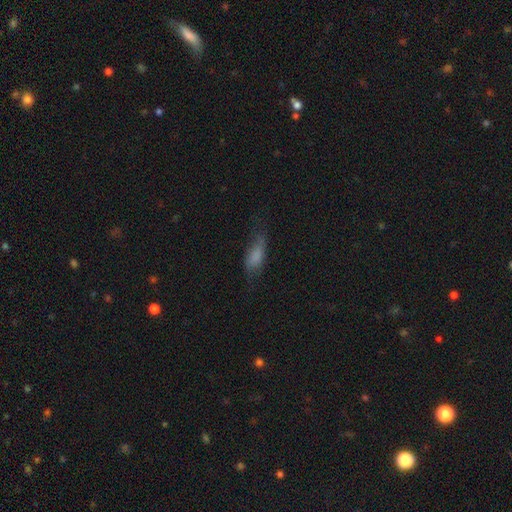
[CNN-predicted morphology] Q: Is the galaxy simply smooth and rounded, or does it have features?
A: smooth — 71%.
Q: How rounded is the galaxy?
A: in between — 73%.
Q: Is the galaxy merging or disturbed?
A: none — 51%.